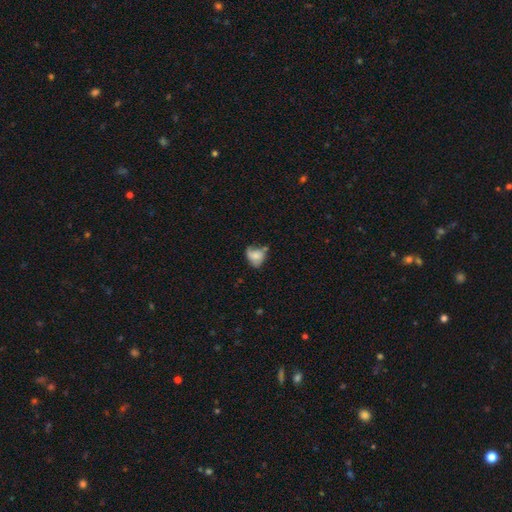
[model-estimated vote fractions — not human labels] smooth_or_featured: smooth (p=0.64) [alt: featured or disk p=0.26]
how_rounded: in between (p=0.61) [alt: round p=0.38]
merging: none (p=0.35) [tied with: minor disturbance p=0.35]